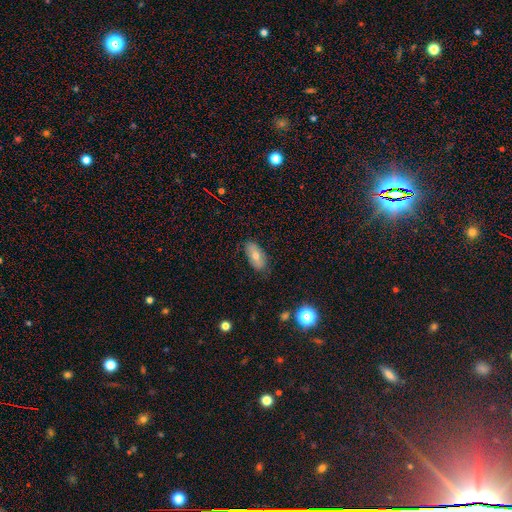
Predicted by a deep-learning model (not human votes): smooth 65%, featured or disk 26%, star or artifact 8%. Down the decision tree: how rounded — in between (89%); merging — none (78%).